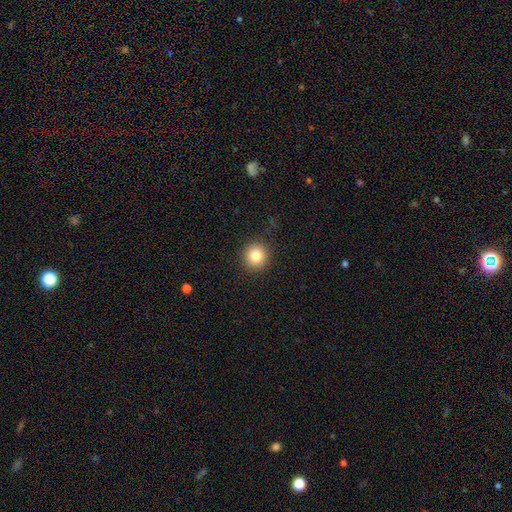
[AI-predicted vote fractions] smooth 82%, star or artifact 10%, featured or disk 7%. Down the decision tree: how rounded — round (94%); merging — none (91%).